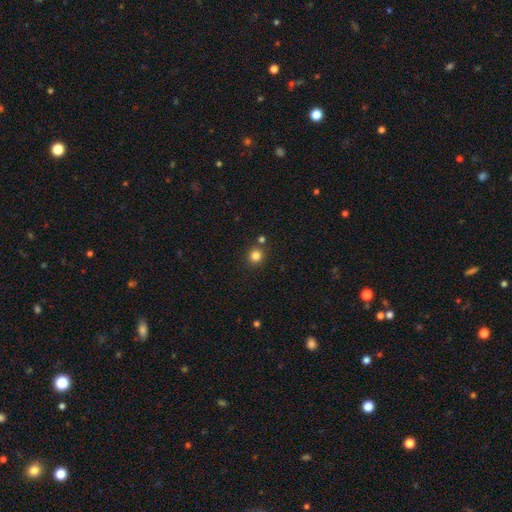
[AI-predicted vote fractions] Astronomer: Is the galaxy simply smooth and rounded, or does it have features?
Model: smooth — 83%.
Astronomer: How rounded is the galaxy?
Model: round — 92%.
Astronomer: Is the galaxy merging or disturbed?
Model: none — 84%.